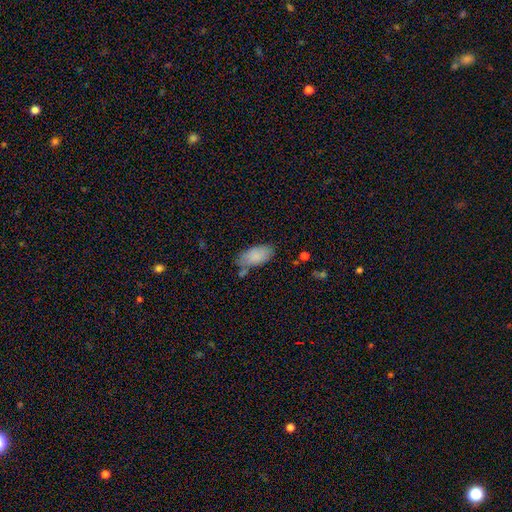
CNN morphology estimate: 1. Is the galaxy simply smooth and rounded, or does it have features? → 85% smooth, 8% featured or disk, 7% star or artifact.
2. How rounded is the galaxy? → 94% in between, 4% cigar-shaped, 2% round.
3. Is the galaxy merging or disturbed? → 61% none, 24% minor disturbance, 9% merger, 6% major disturbance.